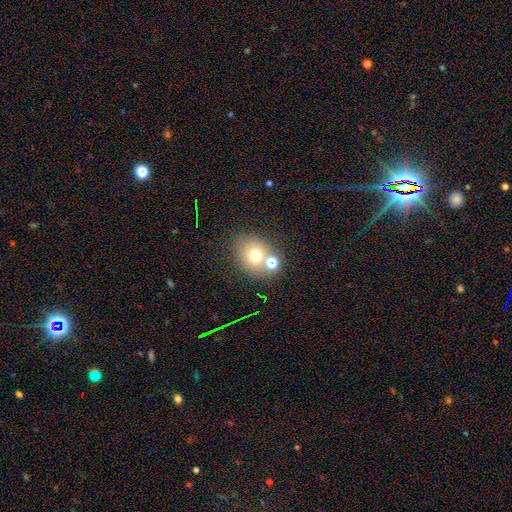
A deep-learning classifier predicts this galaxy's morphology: A smooth galaxy with no disk features (67%) that is round (68%).

Vote fractions:
- Smooth or featured? smooth: 67% / star or artifact: 18% / featured or disk: 14%
- How rounded? round: 68% / in between: 31% / cigar-shaped: 1%
- Merging? none: 64% / merger: 20% / minor disturbance: 11% / major disturbance: 5%